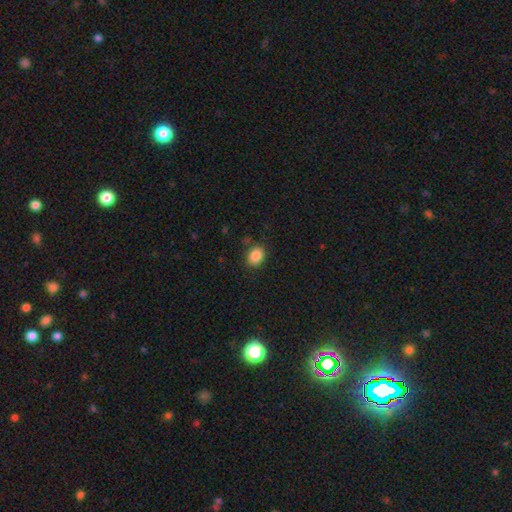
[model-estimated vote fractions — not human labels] This appears to be a smooth galaxy with no disk features (87%) that is in between round and cigar-shaped (61%). Merging: none (84%).